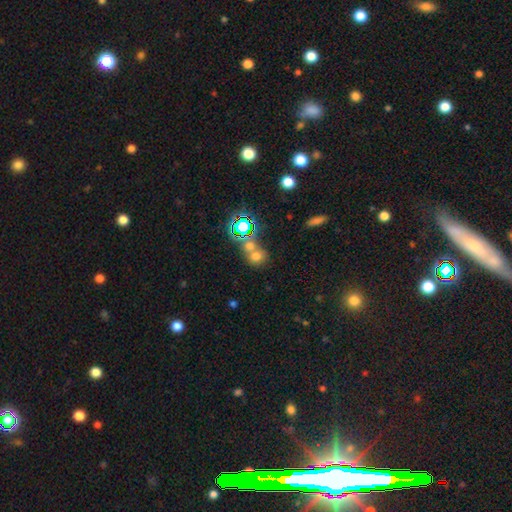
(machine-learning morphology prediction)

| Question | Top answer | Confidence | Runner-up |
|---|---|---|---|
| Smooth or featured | smooth | 63% | star or artifact (26%) |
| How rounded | round | 73% | in between (26%) |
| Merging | none | 45% | merger (43%) |